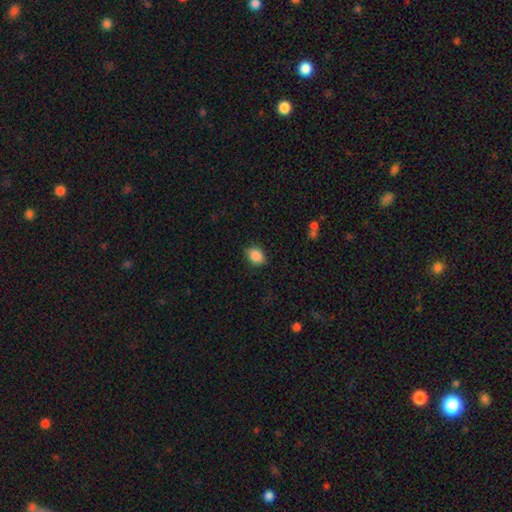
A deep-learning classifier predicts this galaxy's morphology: Smooth or featured?
  - smooth: 87% *
  - star or artifact: 8%
  - featured or disk: 4%
How rounded?
  - in between: 65% *
  - round: 34%
  - cigar-shaped: 1%
Merging?
  - none: 85% *
  - minor disturbance: 11%
  - major disturbance: 3%
  - merger: 1%